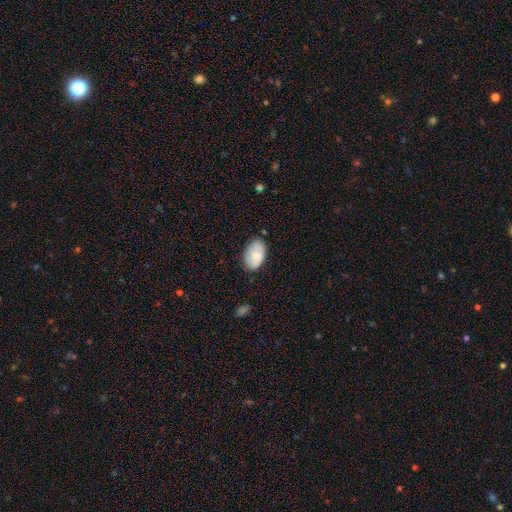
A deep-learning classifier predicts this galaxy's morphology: smooth-or-featured: smooth: 79% | featured or disk: 14% | star or artifact: 7%
  how-rounded: in between: 92% | round: 7% | cigar-shaped: 1%
  merging: none: 76% | minor disturbance: 19% | major disturbance: 3% | merger: 2%